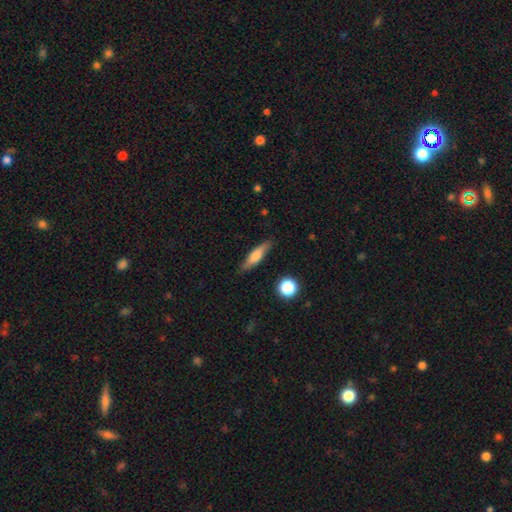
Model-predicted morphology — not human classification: Overall: smooth (64%; featured or disk 29%). How rounded: cigar-shaped (70%). Merging: none (84%).